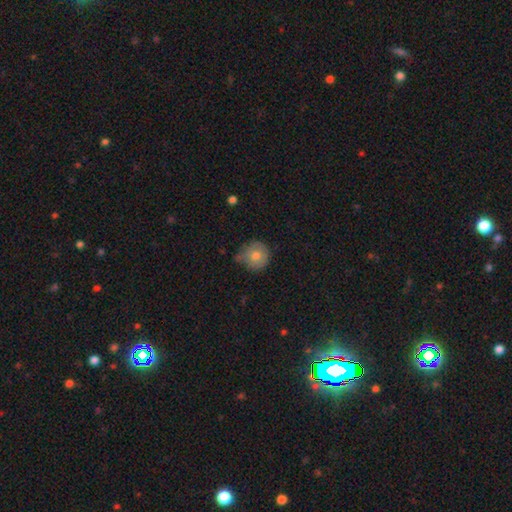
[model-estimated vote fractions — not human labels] This appears to be a smooth galaxy with no disk features (73%) that is round (93%). Merging: none (63%).